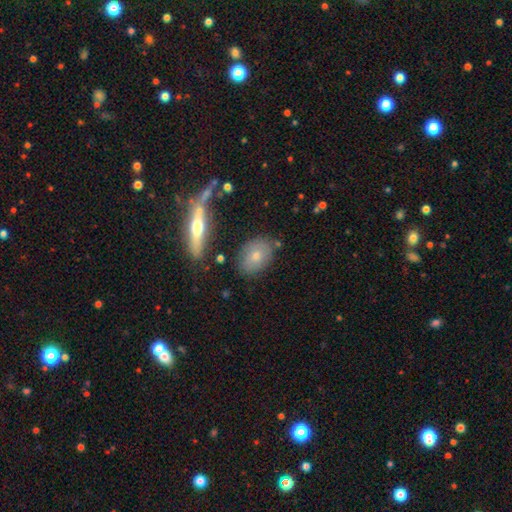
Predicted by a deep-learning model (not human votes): This is likely a smooth galaxy (67%). How rounded: likely in between (72%). Merging: likely none (78%).